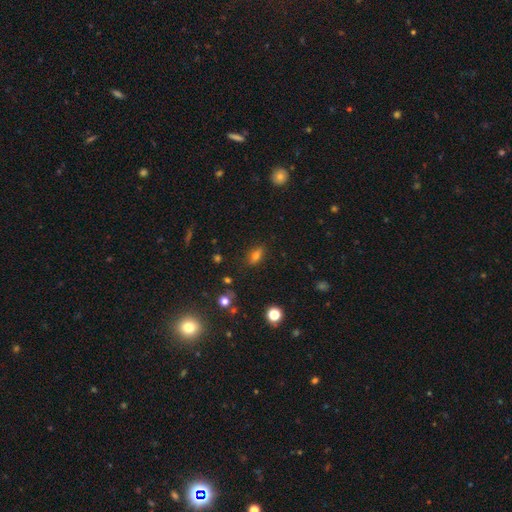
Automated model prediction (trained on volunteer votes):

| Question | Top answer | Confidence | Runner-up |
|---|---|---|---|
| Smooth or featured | smooth | 73% | star or artifact (16%) |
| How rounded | in between | 79% | round (12%) |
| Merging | none | 84% | minor disturbance (12%) |